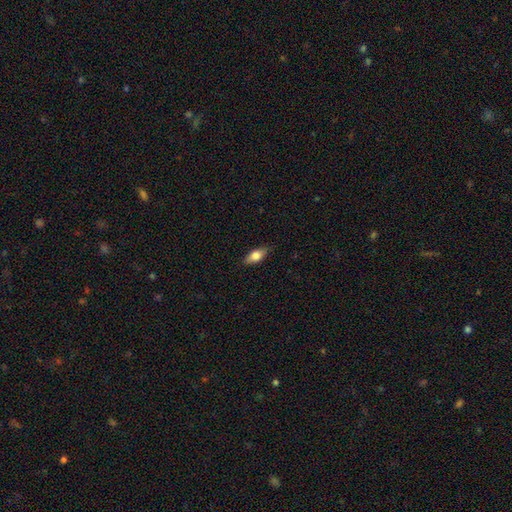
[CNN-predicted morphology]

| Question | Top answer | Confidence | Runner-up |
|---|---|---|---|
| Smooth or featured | smooth | 75% | featured or disk (18%) |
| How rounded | in between | 83% | cigar-shaped (13%) |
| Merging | none | 83% | minor disturbance (13%) |